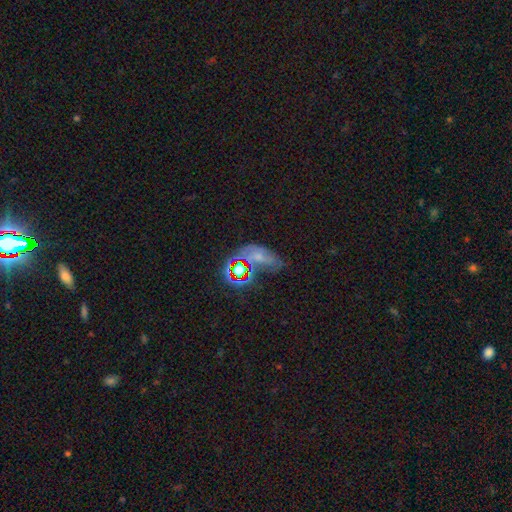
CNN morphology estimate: This is marginally a smooth galaxy (35%). Merging: marginally none (44%).